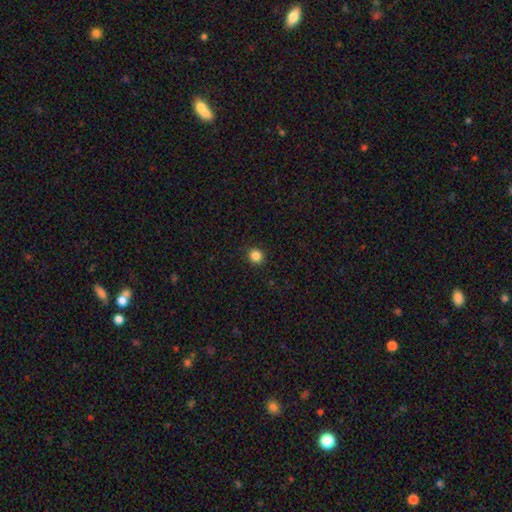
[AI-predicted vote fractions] smooth-or-featured: smooth: 85% | star or artifact: 11% | featured or disk: 3%
  how-rounded: round: 93% | in between: 6% | cigar-shaped: 1%
  merging: none: 93% | minor disturbance: 4% | major disturbance: 2% | merger: 1%